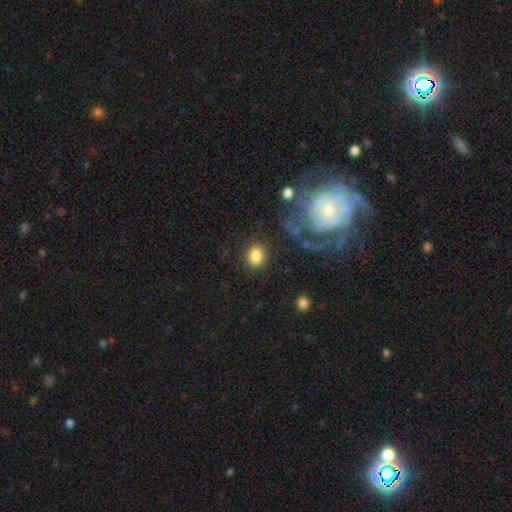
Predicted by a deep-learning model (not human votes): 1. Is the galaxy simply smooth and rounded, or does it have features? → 85% smooth, 8% star or artifact, 7% featured or disk.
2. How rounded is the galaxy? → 52% round, 47% in between, 1% cigar-shaped.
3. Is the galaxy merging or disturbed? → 78% none, 12% minor disturbance, 6% major disturbance, 3% merger.